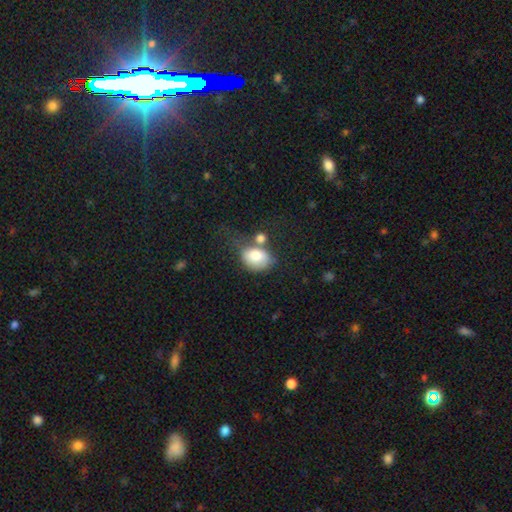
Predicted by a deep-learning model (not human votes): smooth_or_featured: smooth (p=0.78) [alt: featured or disk p=0.14]
how_rounded: in between (p=0.64) [alt: round p=0.35]
merging: none (p=0.33) [alt: merger p=0.29]